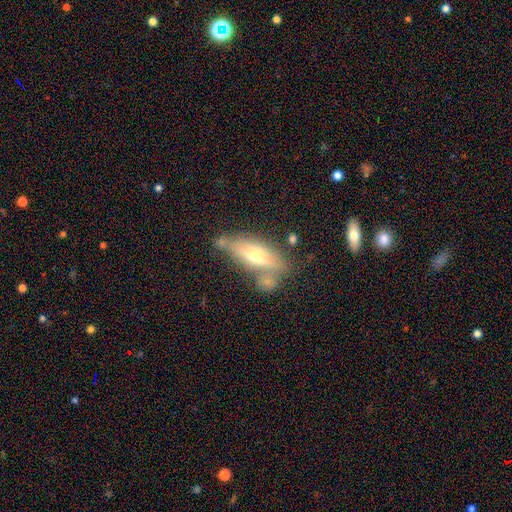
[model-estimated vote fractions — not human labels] A smooth galaxy with no disk features (46%, tied with featured or disk). Merging: none (55%).